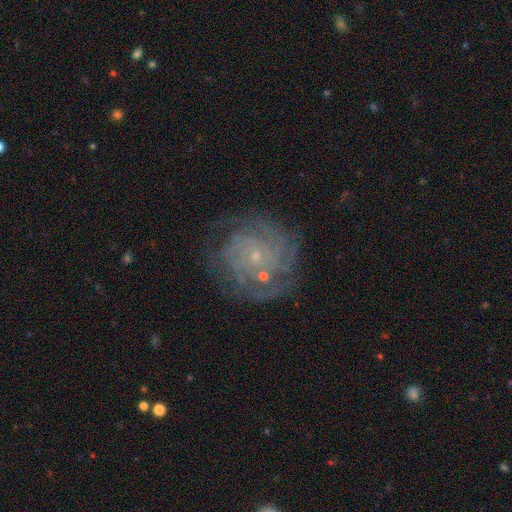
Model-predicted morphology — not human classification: This is likely a featured or disk galaxy (78%). It is clearly not viewed edge-on (97%). Bar: likely no (78%). Spiral arm pattern: clearly yes (93%). Spiral arm count: marginally can't tell (35%). Spiral winding: likely tight (70%). Central bulge: clearly small (84%). Merging: likely none (74%).